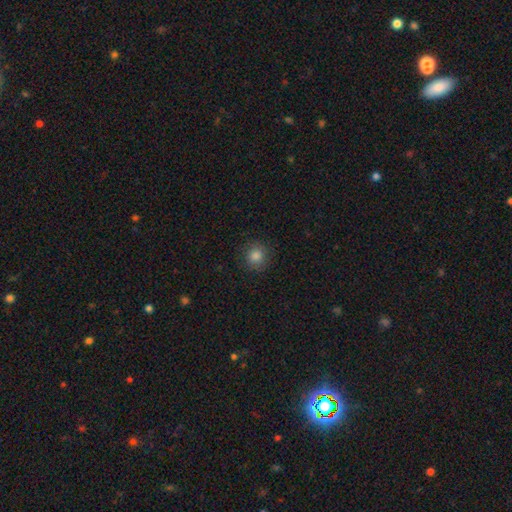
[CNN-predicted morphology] smooth-or-featured: smooth: 83% | star or artifact: 12% | featured or disk: 6%
  how-rounded: round: 91% | in between: 8% | cigar-shaped: 1%
  merging: none: 87% | minor disturbance: 9% | major disturbance: 3% | merger: 1%